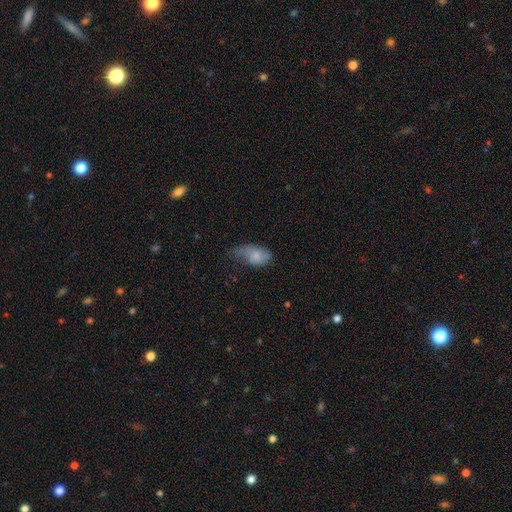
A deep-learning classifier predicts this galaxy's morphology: A smooth galaxy with no disk features (68%) that is in between round and cigar-shaped (91%).

Vote fractions:
- Smooth or featured? smooth: 68% / featured or disk: 25% / star or artifact: 7%
- How rounded? in between: 91% / round: 6% / cigar-shaped: 3%
- Merging? minor disturbance: 38% / major disturbance: 33% / none: 26% / merger: 3%